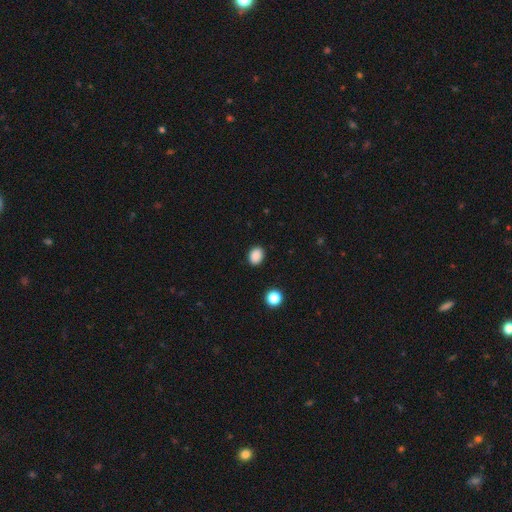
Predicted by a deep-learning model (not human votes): This appears to be a smooth galaxy with no disk features (88%) that is in between round and cigar-shaped (61%). Merging: none (89%).